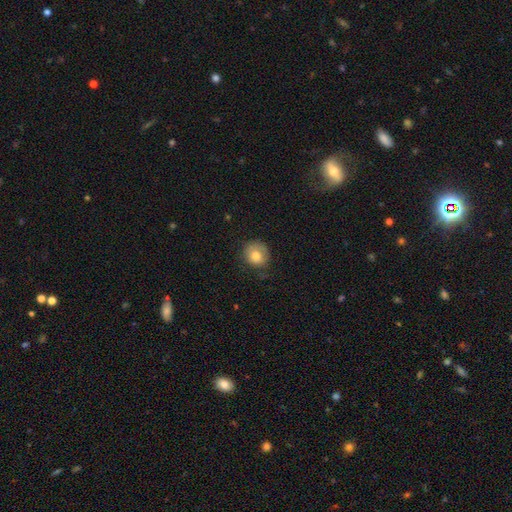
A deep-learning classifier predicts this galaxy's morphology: Q: Smooth or featured?
A: smooth (79%); runner-up: featured or disk (14%)
Q: How rounded?
A: round (81%); runner-up: in between (18%)
Q: Merging?
A: none (64%); runner-up: minor disturbance (25%)